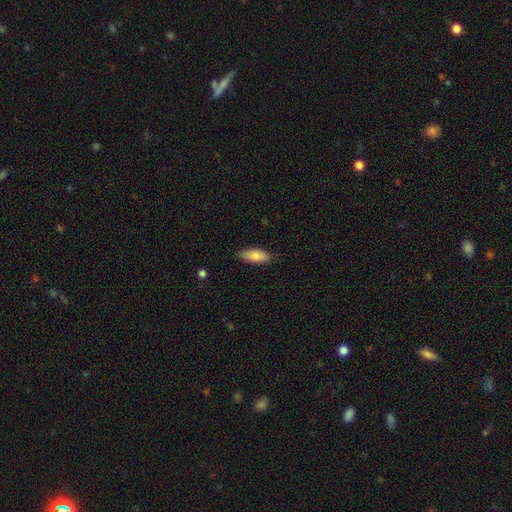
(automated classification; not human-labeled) smooth_or_featured: smooth (p=0.83) [alt: featured or disk p=0.10]
how_rounded: in between (p=0.80) [alt: cigar-shaped p=0.18]
merging: none (p=0.85) [alt: minor disturbance p=0.12]